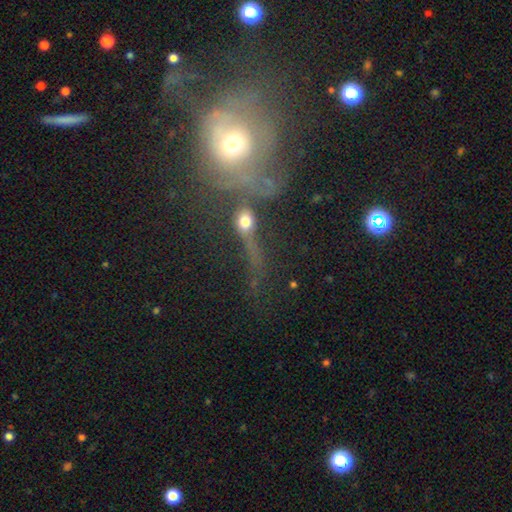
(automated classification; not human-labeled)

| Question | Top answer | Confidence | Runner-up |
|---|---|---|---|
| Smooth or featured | featured or disk | 35% | tied: star or artifact (35%) |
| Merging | none | 41% | merger (23%) |